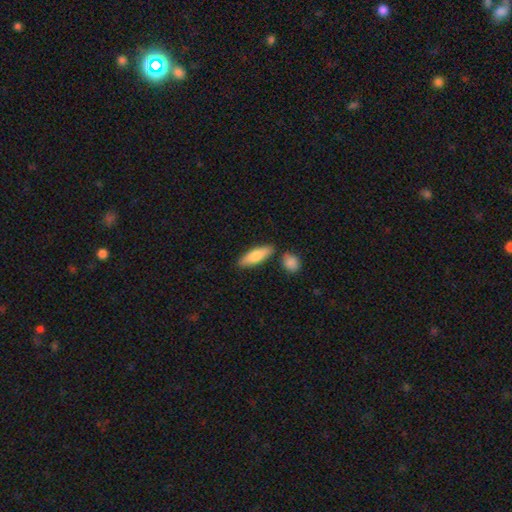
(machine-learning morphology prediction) type=smooth (79%); roundness=in between (54%); merging=none (78%).